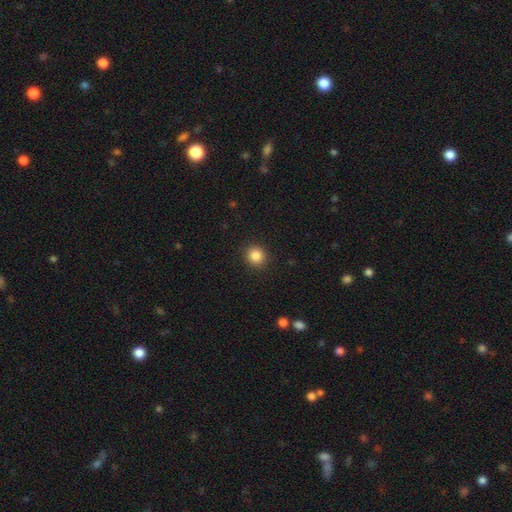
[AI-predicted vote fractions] smooth 85%, star or artifact 10%, featured or disk 5%. Down the decision tree: how rounded — round (89%); merging — none (92%).